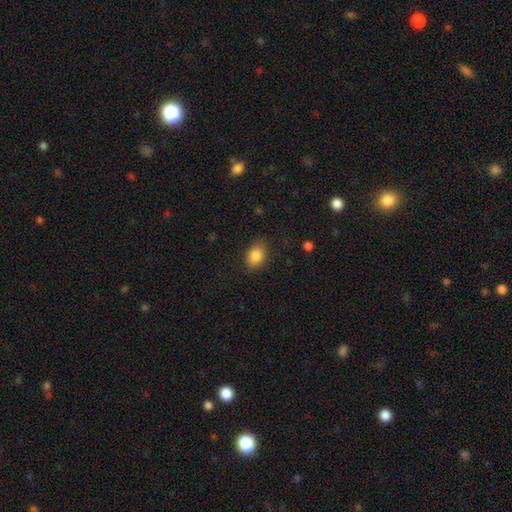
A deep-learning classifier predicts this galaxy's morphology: Smooth or featured? smooth (85%)
How rounded? in between (76%)
Merging? none (82%)